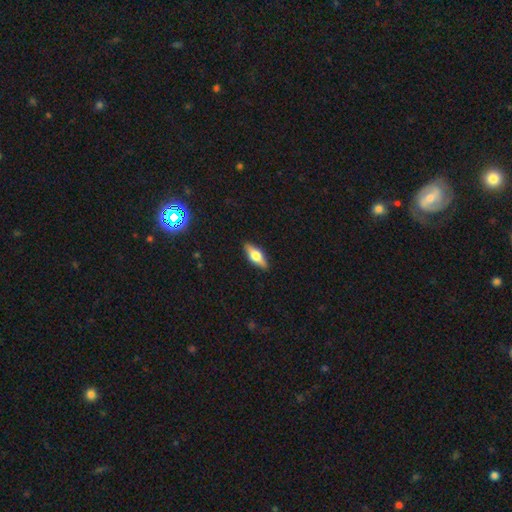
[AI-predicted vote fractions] This is possibly a smooth galaxy (47%). Merging: clearly none (89%).